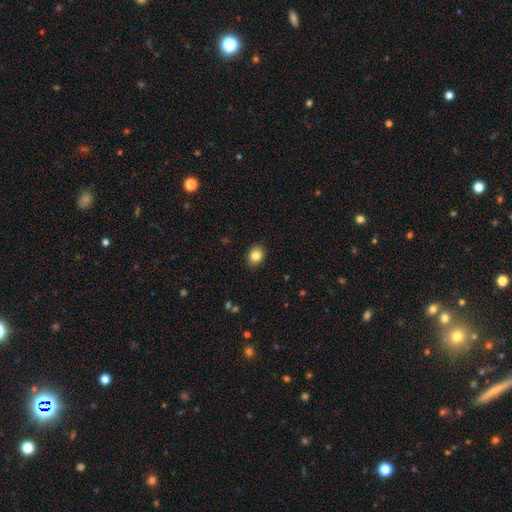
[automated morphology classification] smooth_or_featured: smooth (p=0.85) [alt: star or artifact p=0.09]
how_rounded: in between (p=0.54) [alt: round p=0.45]
merging: none (p=0.89) [alt: minor disturbance p=0.08]